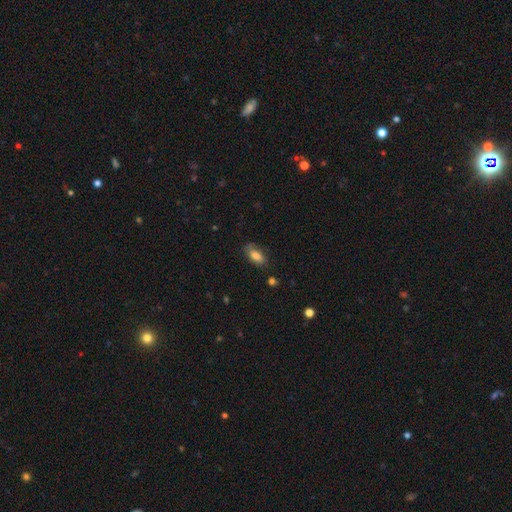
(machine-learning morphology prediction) A smooth galaxy with no disk features (78%) that is in between round and cigar-shaped (88%).

Vote fractions:
- Smooth or featured? smooth: 78% / featured or disk: 14% / star or artifact: 8%
- How rounded? in between: 88% / cigar-shaped: 8% / round: 4%
- Merging? none: 70% / minor disturbance: 22% / major disturbance: 6% / merger: 2%